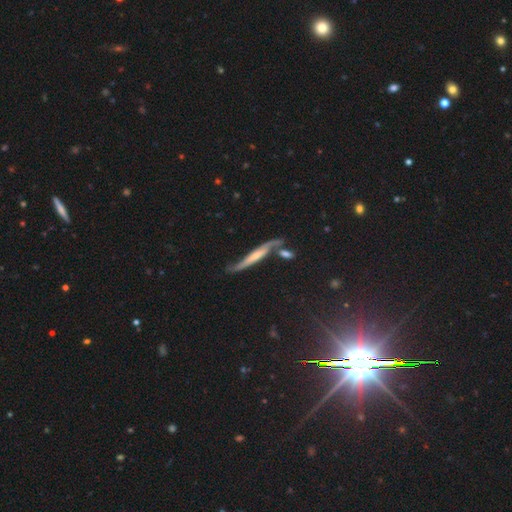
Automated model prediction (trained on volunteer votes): Morphology: type=featured or disk (64%); edge-on=yes (67%); merging=none (51%).